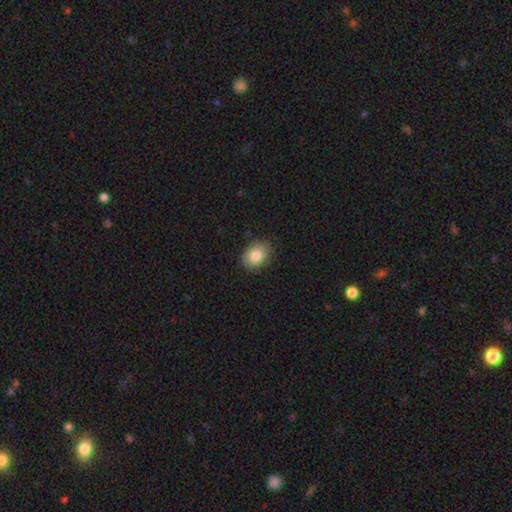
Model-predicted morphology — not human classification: This is clearly a smooth galaxy (84%). How rounded: likely in between (68%). Merging: clearly none (86%).